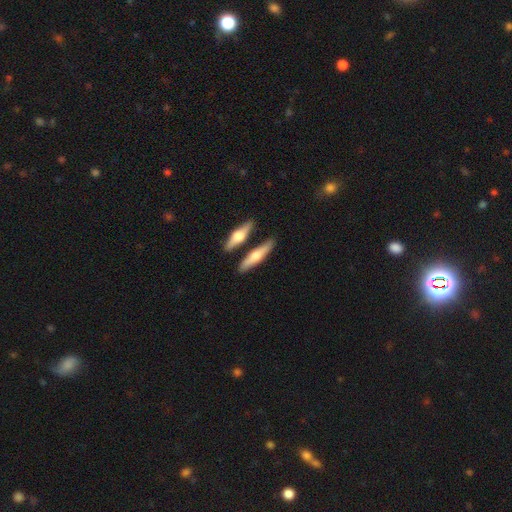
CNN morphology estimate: type=featured or disk (50%); edge-on=yes (93%); merging=none (75%).